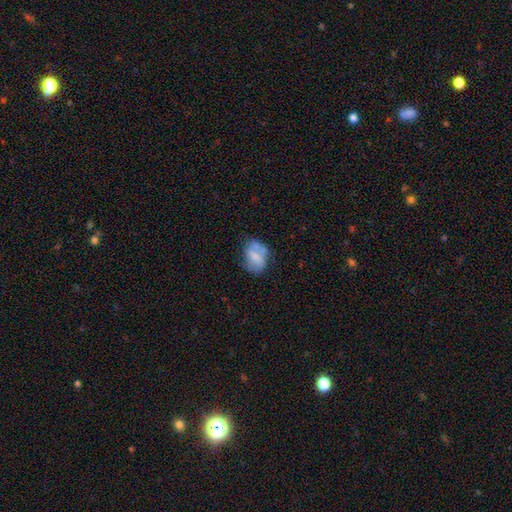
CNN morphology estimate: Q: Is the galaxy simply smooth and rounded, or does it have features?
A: smooth — 55%.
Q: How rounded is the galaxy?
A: in between — 75%.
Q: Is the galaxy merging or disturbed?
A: none — 44%.